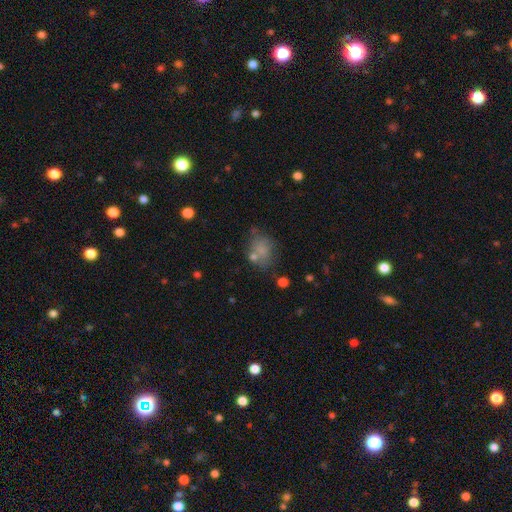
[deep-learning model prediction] Smooth or featured: smooth — 60% (star or artifact — 23%)
How rounded: in between — 54% (round — 44%)
Merging: none — 57% (minor disturbance — 19%)